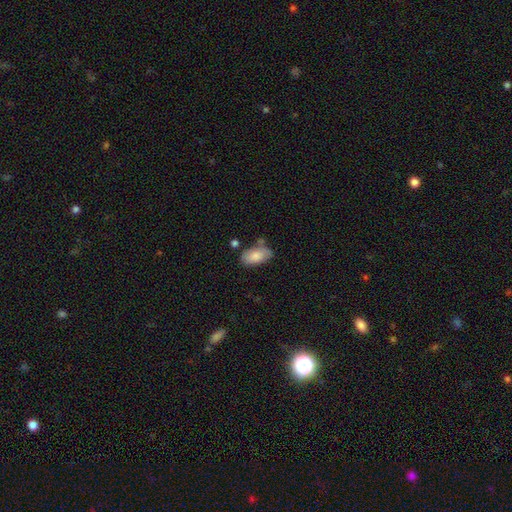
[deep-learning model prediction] Smooth or featured: smooth — 82% (featured or disk — 11%)
How rounded: in between — 94% (cigar-shaped — 3%)
Merging: none — 63% (minor disturbance — 22%)